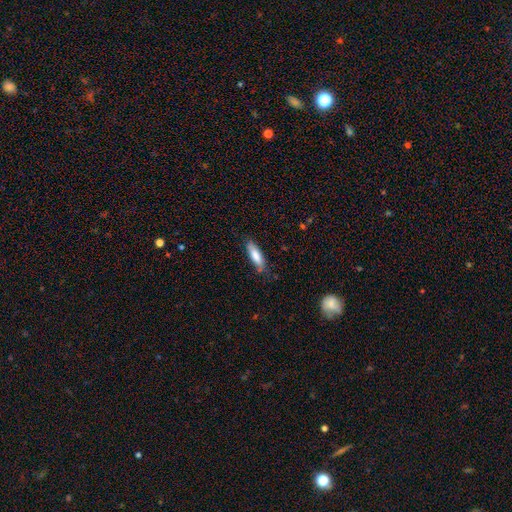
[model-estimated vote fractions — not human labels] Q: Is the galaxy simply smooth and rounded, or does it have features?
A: smooth — 80%.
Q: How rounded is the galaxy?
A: cigar-shaped — 59%.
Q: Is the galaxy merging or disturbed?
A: none — 77%.